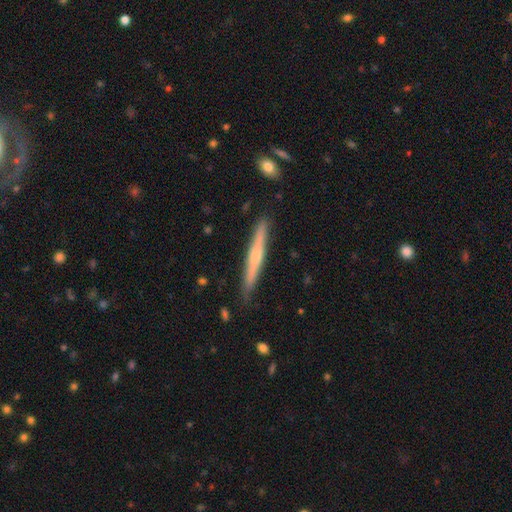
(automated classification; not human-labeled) This is possibly a featured or disk galaxy (51%). It is clearly viewed edge-on (97%). Merging: clearly none (86%).